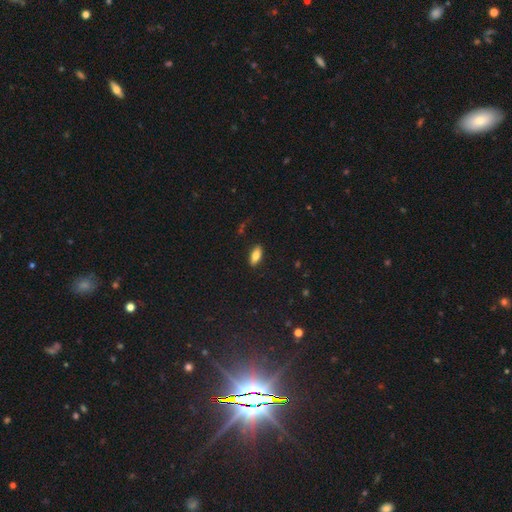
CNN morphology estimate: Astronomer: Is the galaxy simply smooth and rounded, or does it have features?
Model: smooth — 80%.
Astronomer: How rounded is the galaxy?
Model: in between — 85%.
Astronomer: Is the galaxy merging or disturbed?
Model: none — 88%.